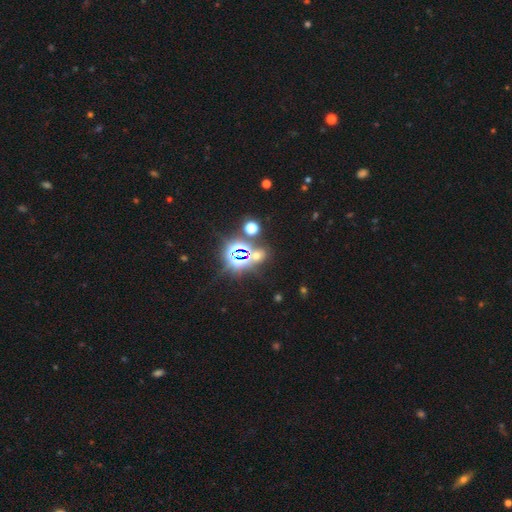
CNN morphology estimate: A star or artifact, not a galaxy (63%).